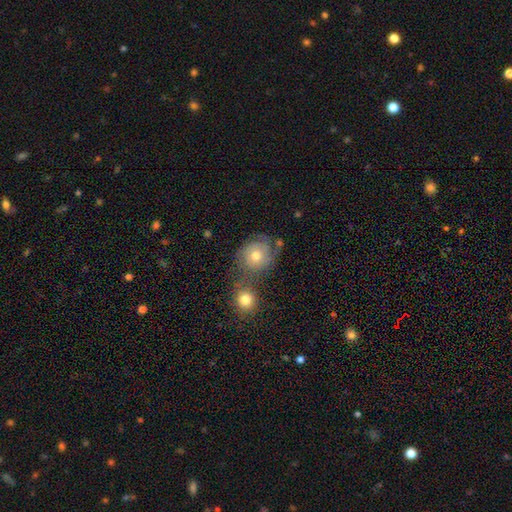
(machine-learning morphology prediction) A smooth galaxy with no disk features (56%) that is round (76%).

Vote fractions:
- Smooth or featured? smooth: 56% / featured or disk: 34% / star or artifact: 11%
- How rounded? round: 76% / in between: 22% / cigar-shaped: 1%
- Merging? none: 46% / merger: 28% / minor disturbance: 16% / major disturbance: 10%